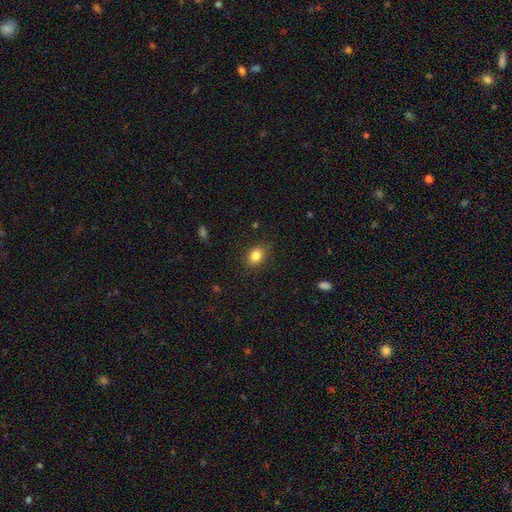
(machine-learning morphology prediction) smooth_or_featured: smooth (p=0.84) [alt: star or artifact p=0.10]
how_rounded: in between (p=0.66) [alt: round p=0.32]
merging: none (p=0.84) [alt: minor disturbance p=0.12]